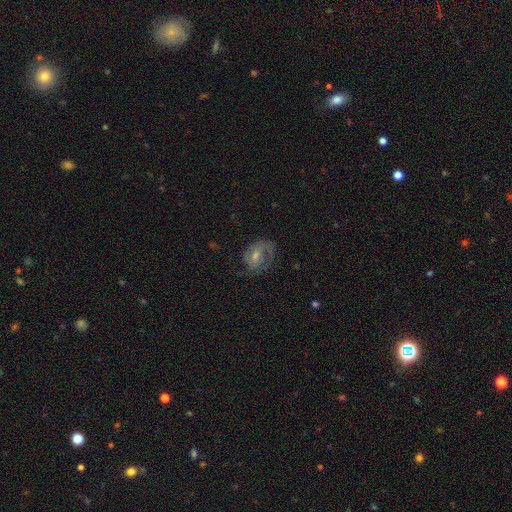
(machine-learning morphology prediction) Smooth or featured: featured or disk — 72% (smooth — 18%)
Edge-on disk: no — 97% (yes — 3%)
Bar: weak — 45% (no — 44%)
Spiral arms: yes — 90% (no — 10%)
Spiral winding: medium — 47% (tight — 32%)
Spiral arm count: 2 — 62% (can't tell — 16%)
Bulge size: moderate — 47% (small — 46%)
Merging: none — 67% (minor disturbance — 19%)